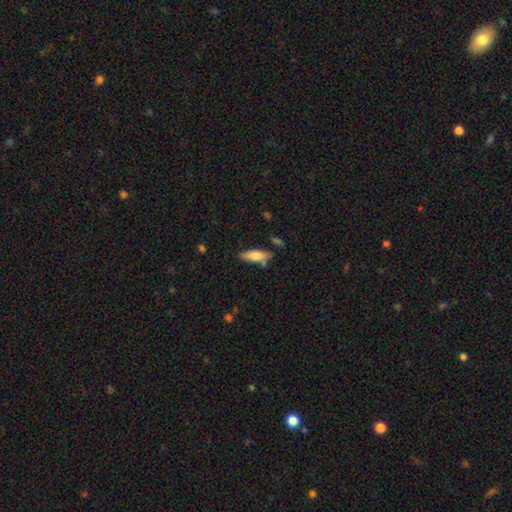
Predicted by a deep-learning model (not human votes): Q: Smooth or featured?
A: smooth (77%); runner-up: featured or disk (16%)
Q: How rounded?
A: in between (60%); runner-up: cigar-shaped (38%)
Q: Merging?
A: none (70%); runner-up: minor disturbance (18%)